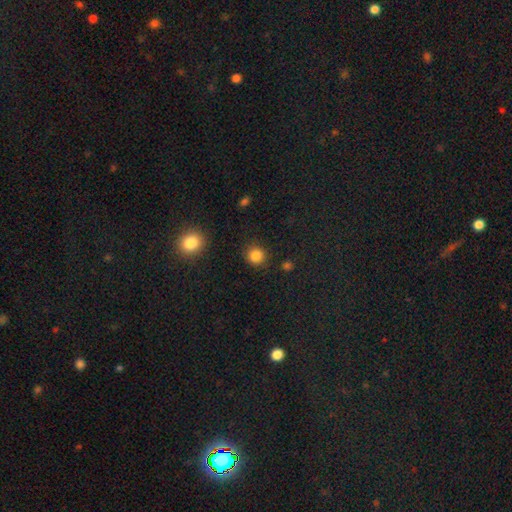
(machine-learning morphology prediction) type=smooth (85%); roundness=round (89%); merging=none (88%).